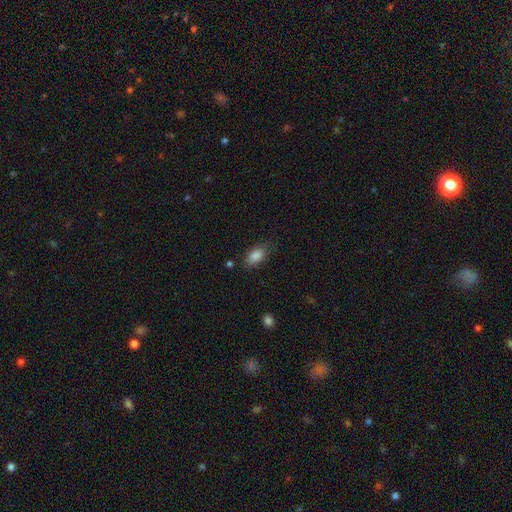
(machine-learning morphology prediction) Smooth or featured?
  - smooth: 86% *
  - star or artifact: 7%
  - featured or disk: 7%
How rounded?
  - in between: 90% *
  - cigar-shaped: 5%
  - round: 5%
Merging?
  - none: 76% *
  - minor disturbance: 17%
  - major disturbance: 5%
  - merger: 2%